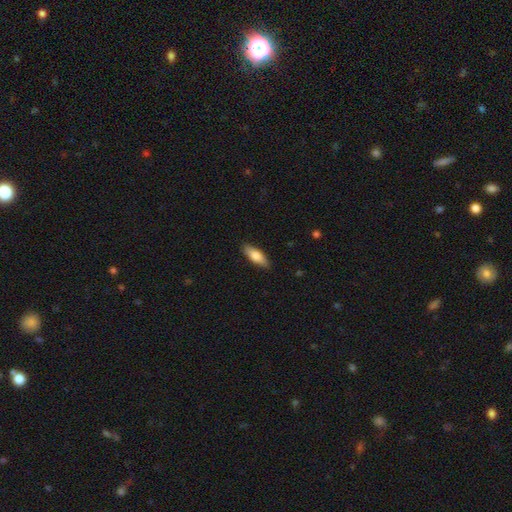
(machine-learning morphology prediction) Smooth or featured?
  - smooth: 73% *
  - featured or disk: 22%
  - star or artifact: 6%
How rounded?
  - in between: 63% *
  - cigar-shaped: 34%
  - round: 2%
Merging?
  - none: 87% *
  - minor disturbance: 10%
  - major disturbance: 2%
  - merger: 1%